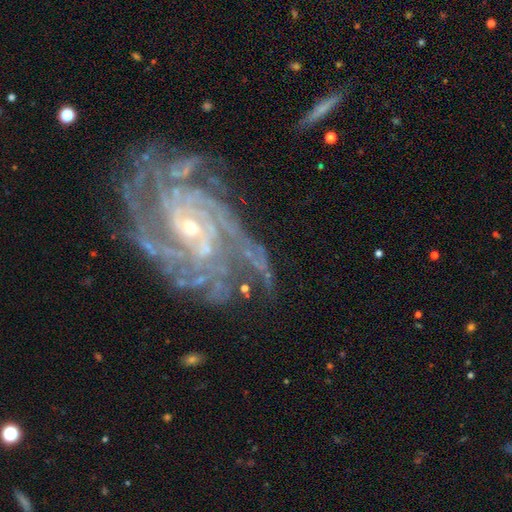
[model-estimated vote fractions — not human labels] featured or disk 89%, star or artifact 7%, smooth 4%. Down the decision tree: edge-on disk — no (97%); bar — no (61%); spiral arms — yes (97%); spiral arm count — can't tell (23%, tied with more than 4); spiral winding — tight (68%); bulge size — small (68%); merging — none (61%).